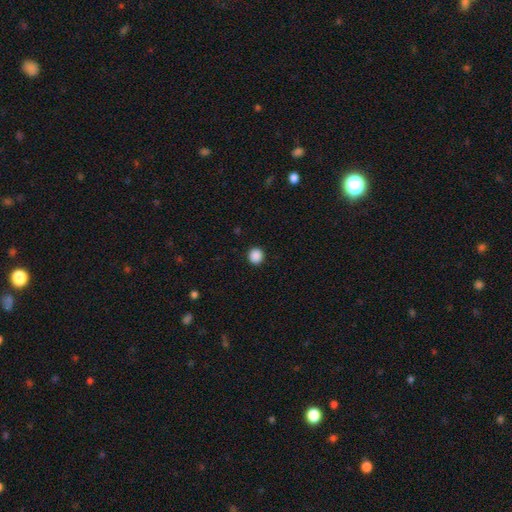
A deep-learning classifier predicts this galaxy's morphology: Overall: smooth (89%). How rounded: round (93%). Merging: none (93%).